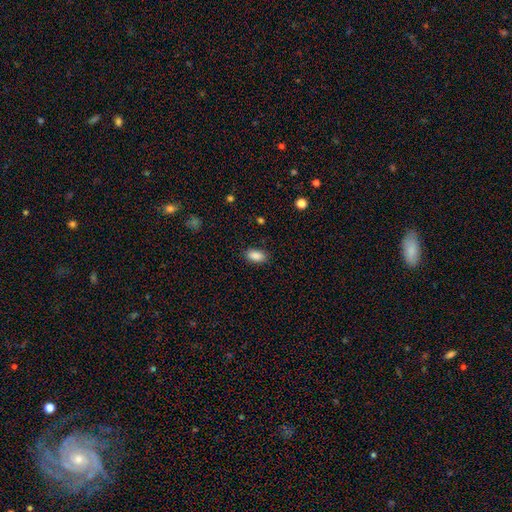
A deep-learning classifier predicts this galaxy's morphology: A smooth galaxy with no disk features (89%) that is in between round and cigar-shaped (92%).

Vote fractions:
- Smooth or featured? smooth: 89% / star or artifact: 8% / featured or disk: 3%
- How rounded? in between: 92% / round: 5% / cigar-shaped: 3%
- Merging? none: 86% / minor disturbance: 10% / major disturbance: 2% / merger: 1%